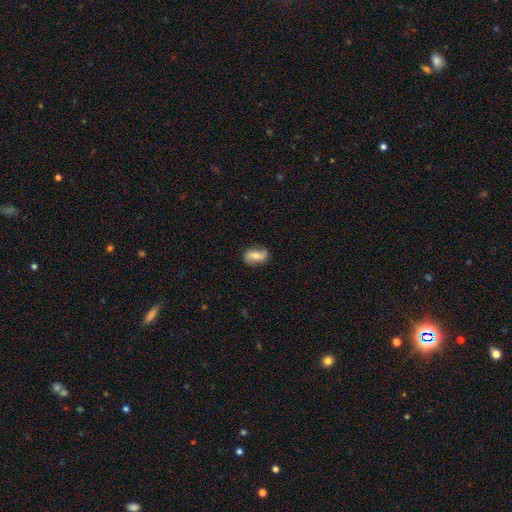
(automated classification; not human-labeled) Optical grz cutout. It shows a smooth galaxy with no disk features (51%) that is in between round and cigar-shaped (86%). Merging: none (73%).